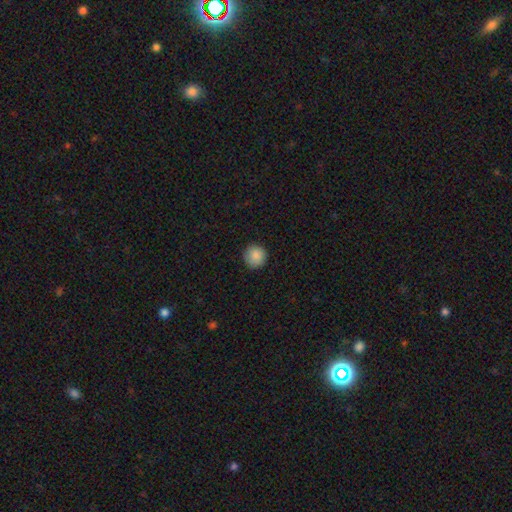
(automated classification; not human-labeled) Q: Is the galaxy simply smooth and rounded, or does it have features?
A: smooth — 88%.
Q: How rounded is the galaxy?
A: round — 95%.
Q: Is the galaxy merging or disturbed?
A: none — 90%.